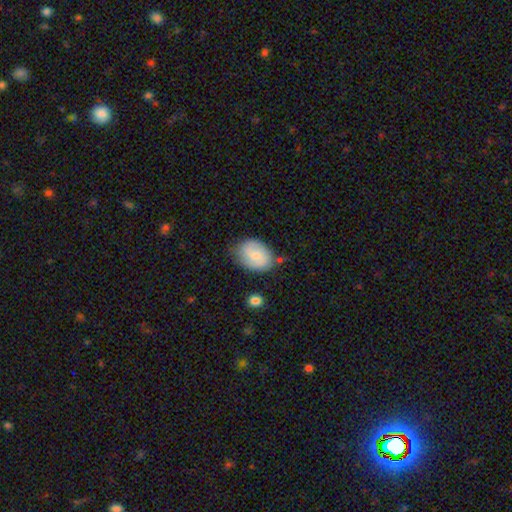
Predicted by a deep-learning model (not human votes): A smooth galaxy with no disk features (65%) that is in between round and cigar-shaped (76%). Merging: none (67%).